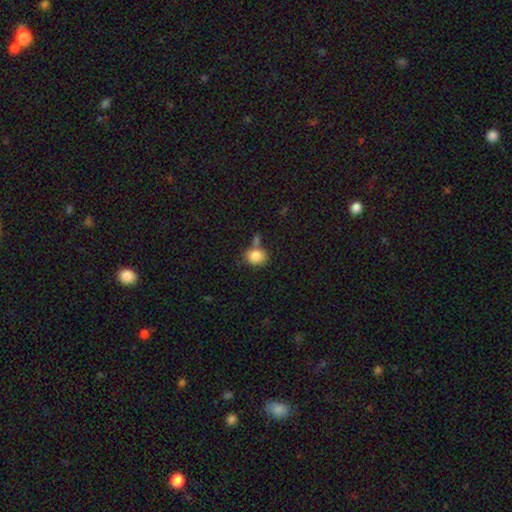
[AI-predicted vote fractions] Smooth or featured?
  - smooth: 85% *
  - star or artifact: 9%
  - featured or disk: 6%
How rounded?
  - round: 60% *
  - in between: 39%
  - cigar-shaped: 1%
Merging?
  - none: 55% *
  - merger: 24%
  - minor disturbance: 16%
  - major disturbance: 5%